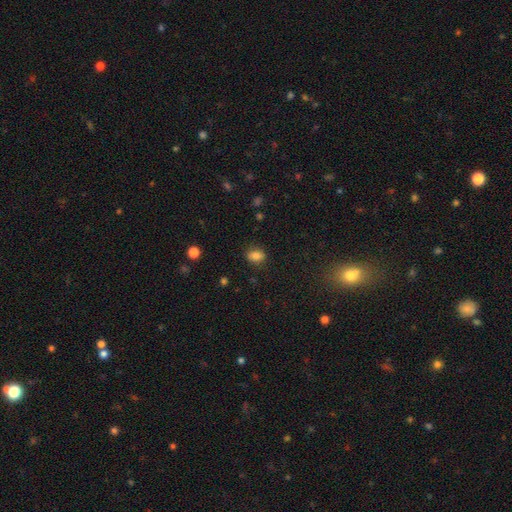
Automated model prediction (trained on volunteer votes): A smooth galaxy with no disk features (81%) that is in between round and cigar-shaped (61%).

Vote fractions:
- Smooth or featured? smooth: 81% / star or artifact: 11% / featured or disk: 8%
- How rounded? in between: 61% / round: 38% / cigar-shaped: 1%
- Merging? none: 84% / minor disturbance: 11% / major disturbance: 3% / merger: 1%